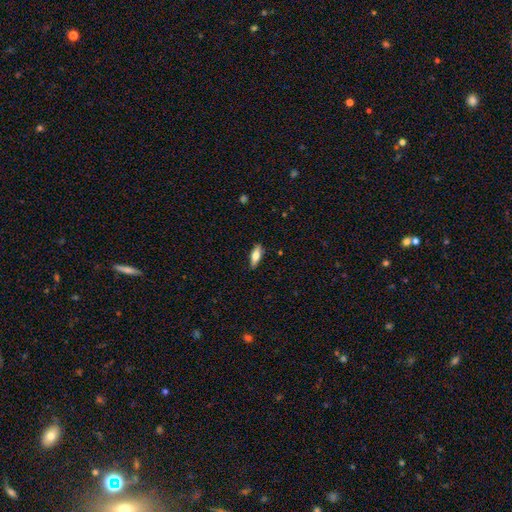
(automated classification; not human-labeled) Smooth or featured? smooth (64%)
How rounded? in between (64%)
Merging? none (86%)